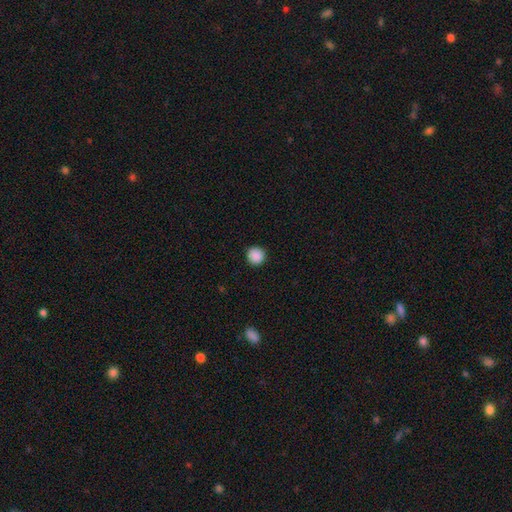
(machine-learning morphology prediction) smooth_or_featured: smooth (p=0.89) [alt: star or artifact p=0.09]
how_rounded: round (p=0.93) [alt: in between p=0.06]
merging: none (p=0.92) [alt: minor disturbance p=0.05]